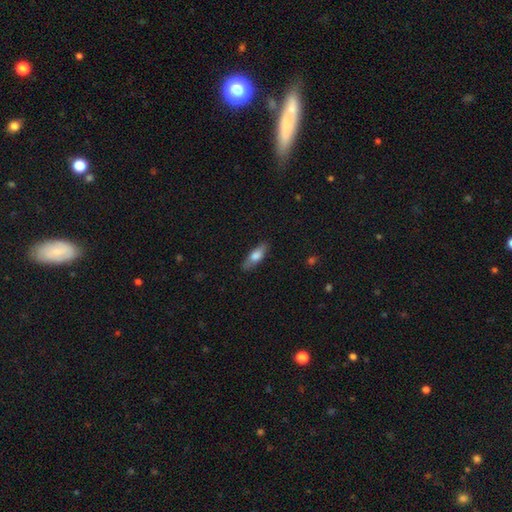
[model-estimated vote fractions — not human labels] Q: Smooth or featured?
A: smooth (70%); runner-up: featured or disk (24%)
Q: How rounded?
A: in between (56%); runner-up: cigar-shaped (41%)
Q: Merging?
A: none (84%); runner-up: minor disturbance (12%)